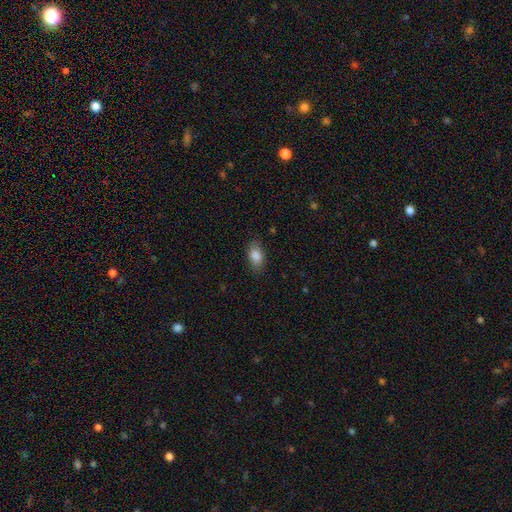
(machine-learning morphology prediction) smooth_or_featured: smooth (p=0.85) [alt: star or artifact p=0.08]
how_rounded: in between (p=0.90) [alt: round p=0.07]
merging: none (p=0.83) [alt: minor disturbance p=0.13]